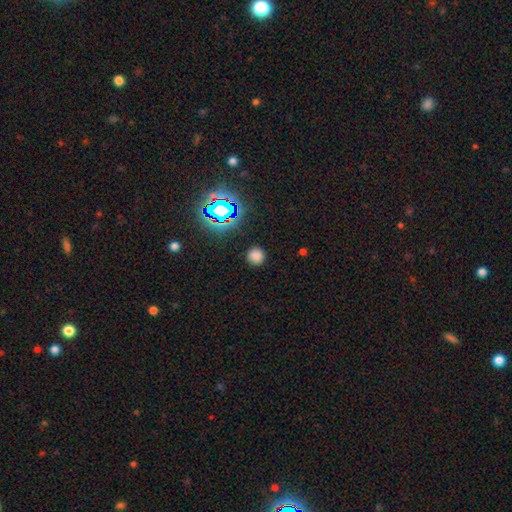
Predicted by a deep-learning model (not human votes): Smooth or featured? Predicted: smooth (p=0.75). How rounded? Predicted: round (p=0.93). Merging? Predicted: none (p=0.89).